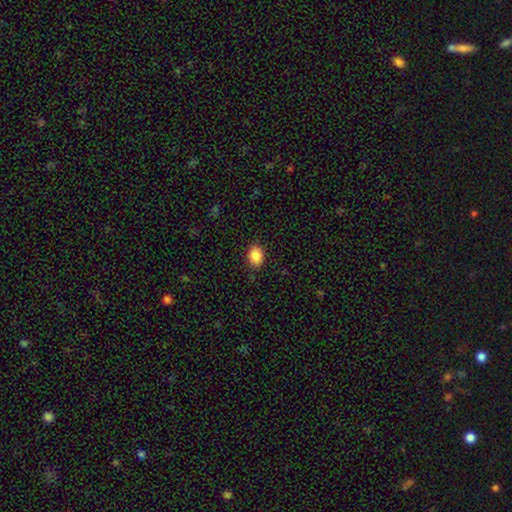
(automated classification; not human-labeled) Smooth or featured: smooth — 88% (star or artifact — 9%)
How rounded: in between — 70% (round — 29%)
Merging: none — 85% (minor disturbance — 11%)